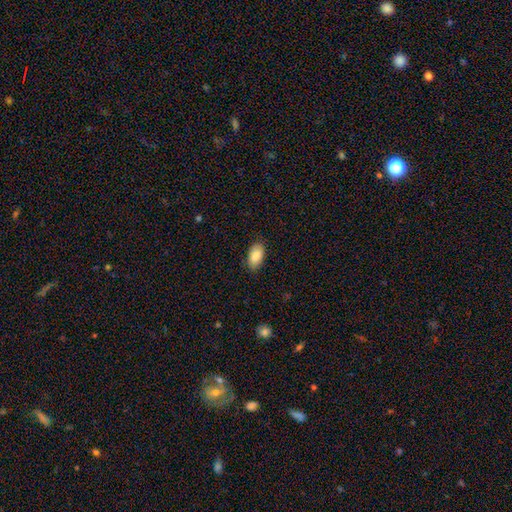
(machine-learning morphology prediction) A smooth galaxy with no disk features (87%) that is in between round and cigar-shaped (94%).

Vote fractions:
- Smooth or featured? smooth: 87% / featured or disk: 7% / star or artifact: 6%
- How rounded? in between: 94% / round: 4% / cigar-shaped: 3%
- Merging? none: 87% / minor disturbance: 10% / major disturbance: 2% / merger: 1%